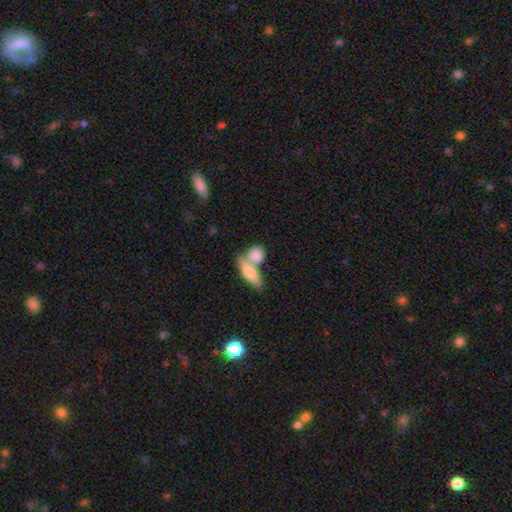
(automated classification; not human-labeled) smooth_or_featured: smooth (p=0.80) [alt: featured or disk p=0.14]
how_rounded: in between (p=0.62) [alt: round p=0.27]
merging: merger (p=0.58) [alt: none p=0.31]